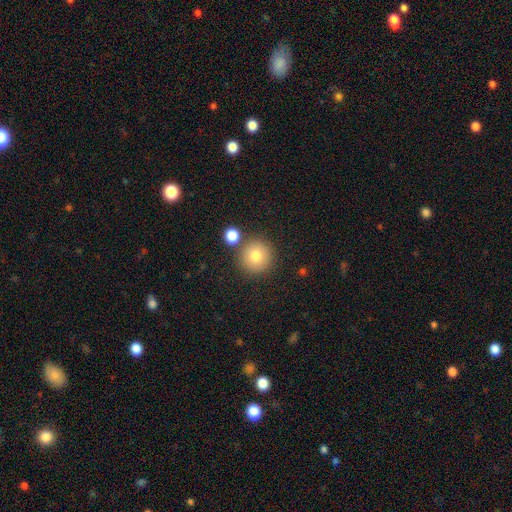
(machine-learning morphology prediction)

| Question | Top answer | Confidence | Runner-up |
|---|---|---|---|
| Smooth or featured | smooth | 79% | featured or disk (11%) |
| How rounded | round | 94% | in between (5%) |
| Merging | none | 79% | merger (10%) |